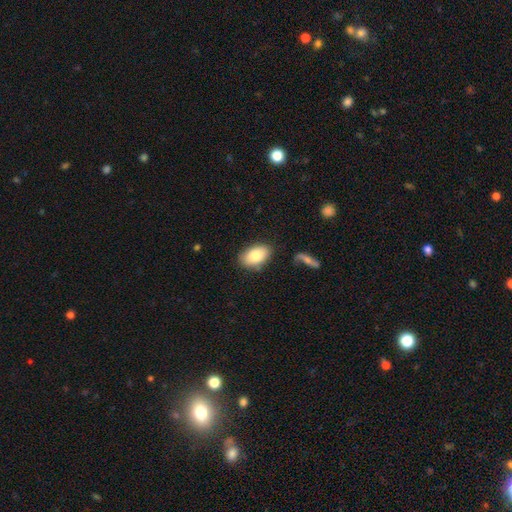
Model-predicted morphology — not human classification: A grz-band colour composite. It shows a smooth galaxy with no disk features (82%) that is in between round and cigar-shaped (90%). Merging: none (81%).